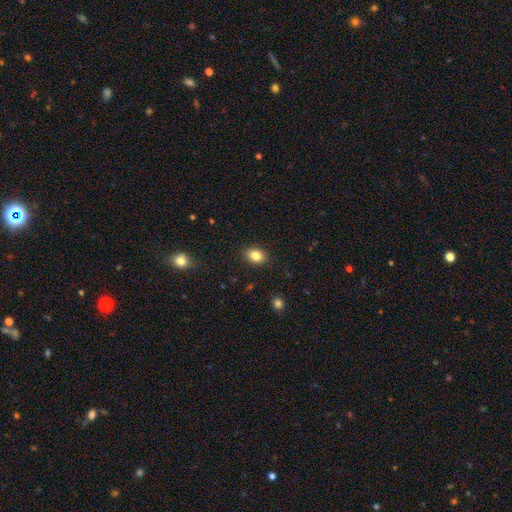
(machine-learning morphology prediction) smooth_or_featured: smooth (p=0.84) [alt: star or artifact p=0.10]
how_rounded: in between (p=0.68) [alt: round p=0.31]
merging: none (p=0.89) [alt: minor disturbance p=0.08]